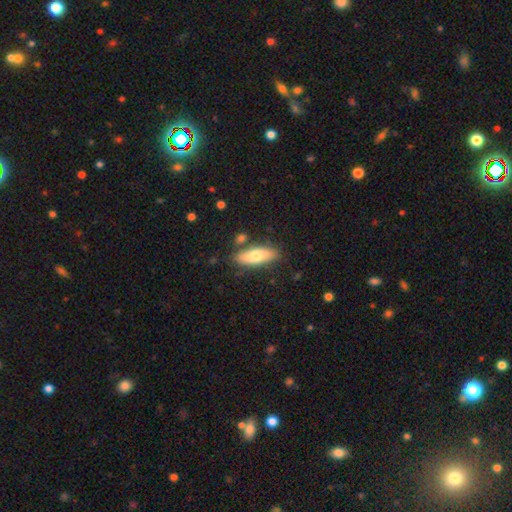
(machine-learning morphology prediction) Smooth or featured? smooth (70%)
How rounded? in between (64%)
Merging? none (79%)